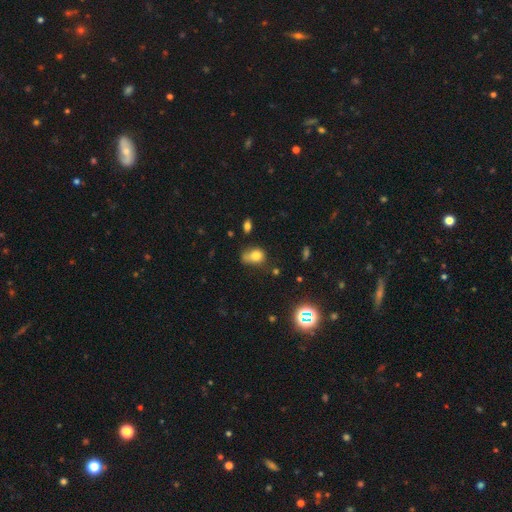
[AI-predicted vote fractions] This appears to be a smooth galaxy with no disk features (75%) that is in between round and cigar-shaped (57%). Merging: none (35%).